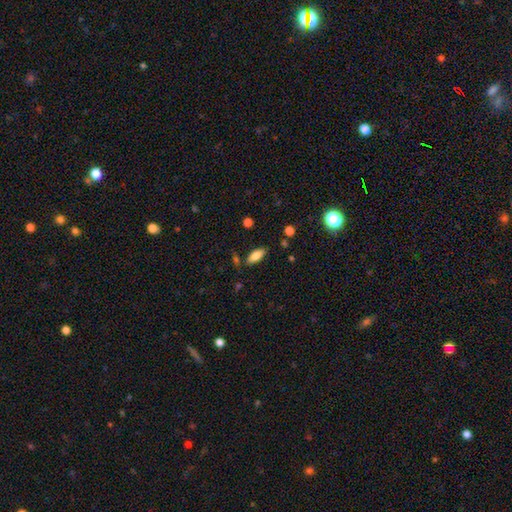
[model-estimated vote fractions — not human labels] Morphology: type=smooth (80%); roundness=in between (83%); merging=none (81%).